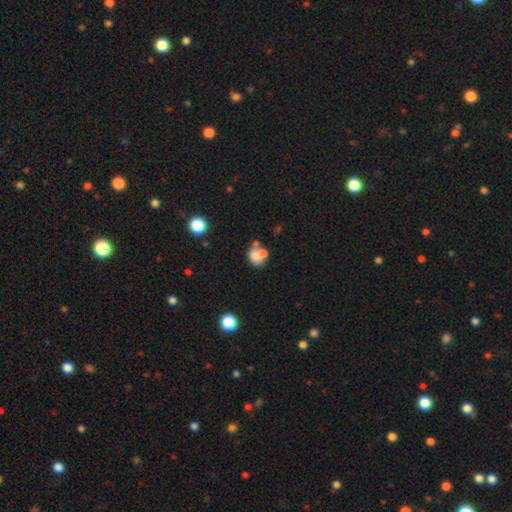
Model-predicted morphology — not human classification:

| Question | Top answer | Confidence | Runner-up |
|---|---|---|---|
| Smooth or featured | smooth | 68% | featured or disk (21%) |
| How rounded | round | 60% | in between (39%) |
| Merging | merger | 45% | none (35%) |